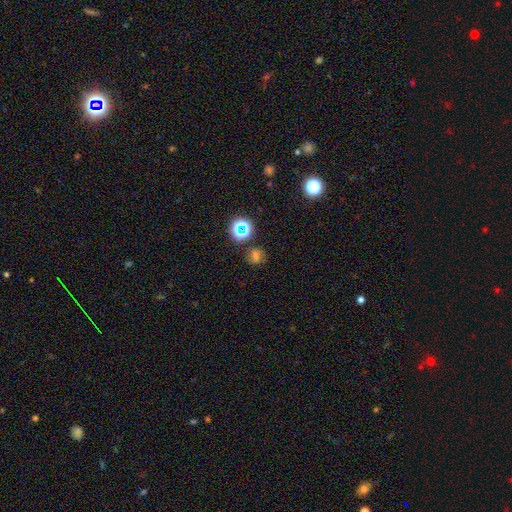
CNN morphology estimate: type=smooth (42%); merging=none (71%).